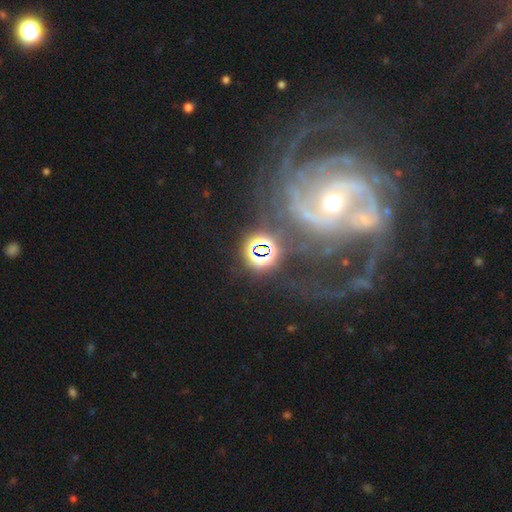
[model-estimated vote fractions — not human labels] Smooth or featured?
  - featured or disk: 72% *
  - star or artifact: 17%
  - smooth: 11%
Edge-on disk?
  - no: 96% *
  - yes: 4%
Bar?
  - no: 48% *
  - weak: 28%
  - strong: 24%
Spiral arms?
  - yes: 91% *
  - no: 9%
Spiral winding?
  - tight: 46% *
  - medium: 40%
  - loose: 15%
Spiral arm count?
  - 2: 37% *
  - can't tell: 21%
  - 3: 16%
  - 4: 9%
  - more than 4: 8%
  - 1: 8%
Bulge size?
  - small: 46% *
  - moderate: 44%
  - large: 5%
  - dominant: 3%
  - none: 2%
Merging?
  - none: 52% *
  - major disturbance: 22%
  - minor disturbance: 16%
  - merger: 10%